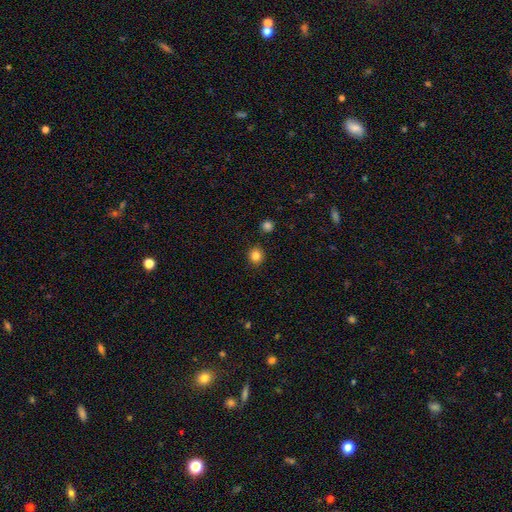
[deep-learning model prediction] The model was most divided on "smooth or featured": smooth: 83%, star or artifact: 12%, featured or disk: 5%. More confident: merging — none (90%); how rounded — round (89%).